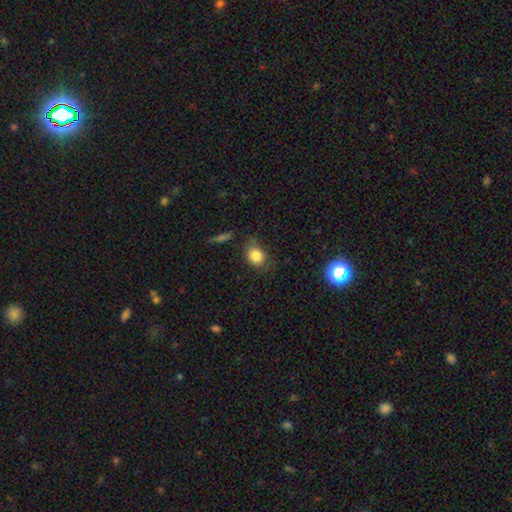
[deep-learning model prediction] Smooth or featured?
  - smooth: 83% *
  - star or artifact: 10%
  - featured or disk: 7%
How rounded?
  - round: 55% *
  - in between: 44%
  - cigar-shaped: 1%
Merging?
  - none: 72% *
  - minor disturbance: 19%
  - major disturbance: 6%
  - merger: 3%